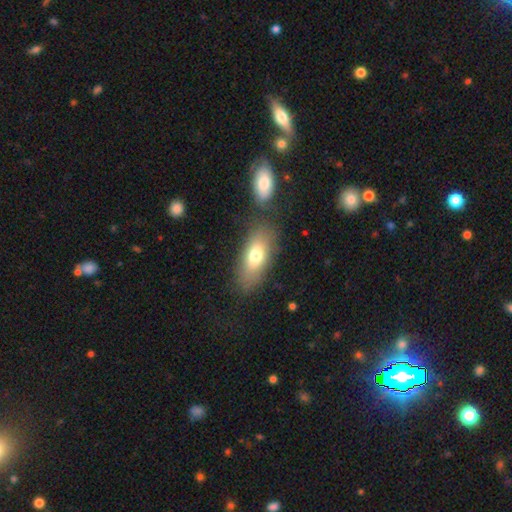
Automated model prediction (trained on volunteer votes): Smooth or featured?
  - smooth: 72% *
  - featured or disk: 20%
  - star or artifact: 8%
How rounded?
  - in between: 82% *
  - cigar-shaped: 13%
  - round: 5%
Merging?
  - none: 74% *
  - minor disturbance: 13%
  - merger: 8%
  - major disturbance: 5%